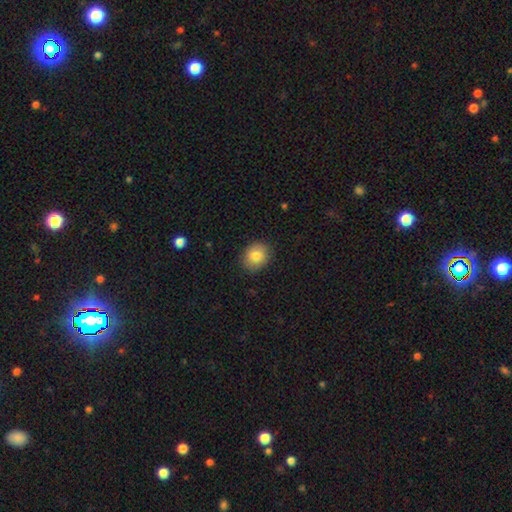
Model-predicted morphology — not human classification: Overall: smooth (83%). How rounded: round (62%; in between 37%). Merging: none (86%).